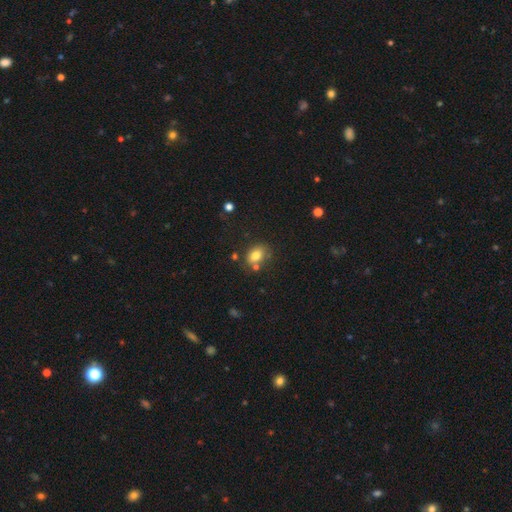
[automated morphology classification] Smooth or featured? Predicted: smooth (p=0.79). How rounded? Predicted: in between (p=0.68). Merging? Predicted: none (p=0.65).